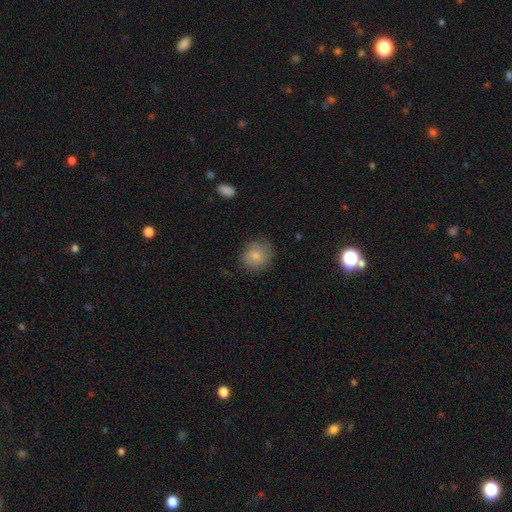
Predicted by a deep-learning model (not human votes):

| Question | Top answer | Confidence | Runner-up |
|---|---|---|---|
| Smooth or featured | smooth | 75% | featured or disk (18%) |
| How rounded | round | 81% | in between (18%) |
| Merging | none | 75% | minor disturbance (19%) |